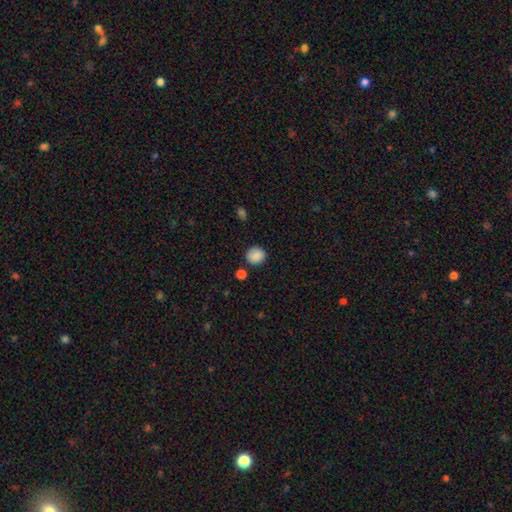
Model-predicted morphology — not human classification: smooth-or-featured: smooth: 87% | star or artifact: 9% | featured or disk: 4%
  how-rounded: round: 85% | in between: 14% | cigar-shaped: 1%
  merging: none: 84% | minor disturbance: 9% | merger: 4% | major disturbance: 3%